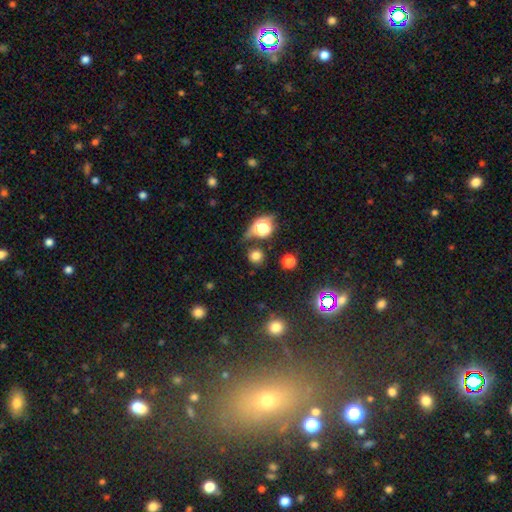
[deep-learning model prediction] Morphology: type=smooth (74%); roundness=round (89%); merging=none (80%).